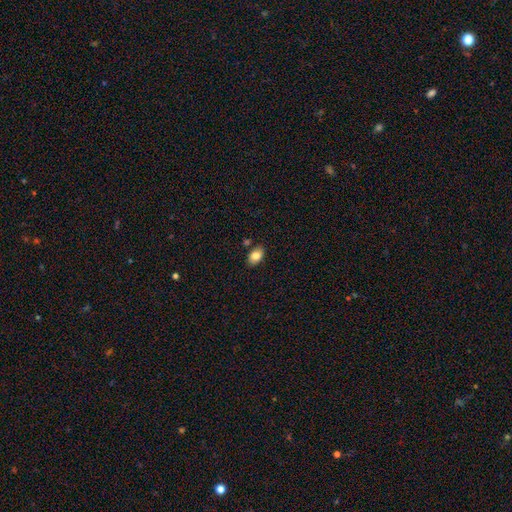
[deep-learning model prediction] Overall: smooth (84%). How rounded: in between (87%). Merging: none (82%).